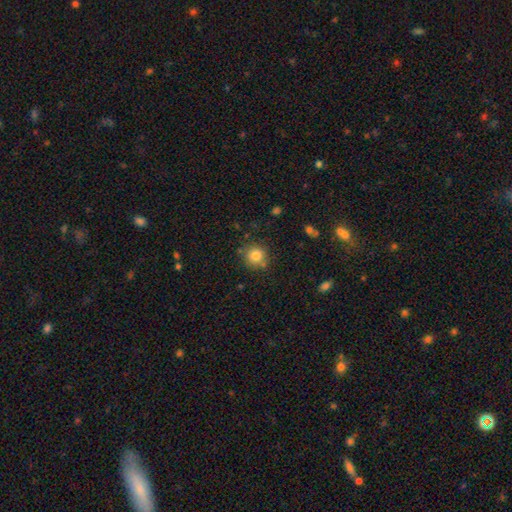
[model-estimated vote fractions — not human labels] smooth-or-featured: smooth: 81% | star or artifact: 11% | featured or disk: 8%
  how-rounded: round: 92% | in between: 7% | cigar-shaped: 1%
  merging: none: 80% | minor disturbance: 11% | merger: 5% | major disturbance: 3%